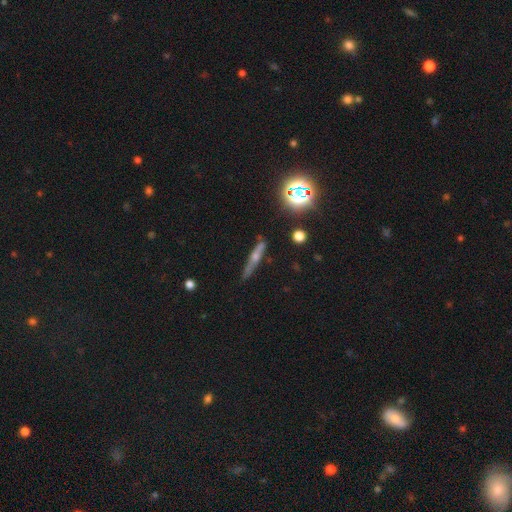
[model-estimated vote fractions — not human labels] Smooth or featured: featured or disk — 53% (star or artifact — 24%)
Edge-on disk: yes — 90% (no — 10%)
Merging: none — 84% (minor disturbance — 9%)